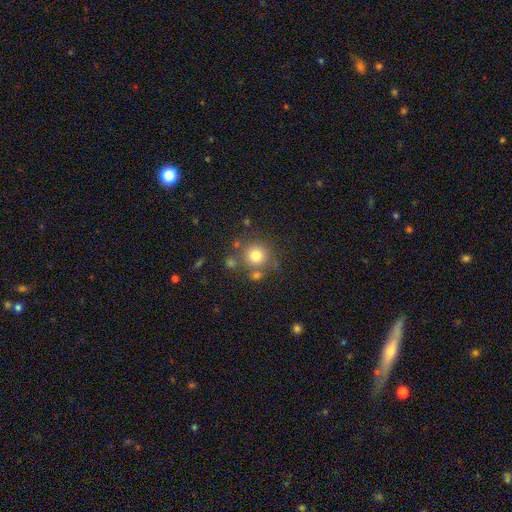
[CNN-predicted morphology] smooth 78%, star or artifact 13%, featured or disk 9%. Down the decision tree: how rounded — round (93%); merging — none (75%).